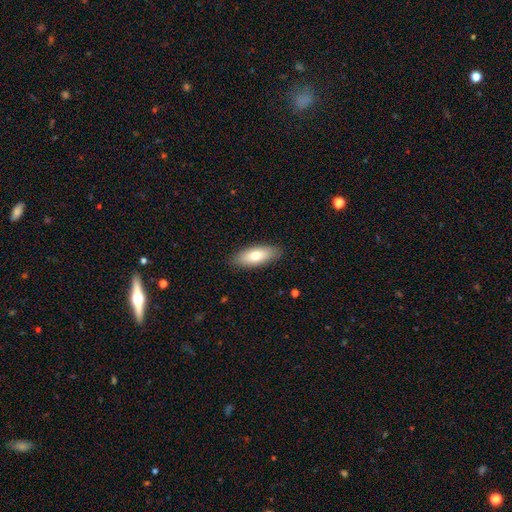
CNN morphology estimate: type=smooth (74%); roundness=in between (76%); merging=none (88%).